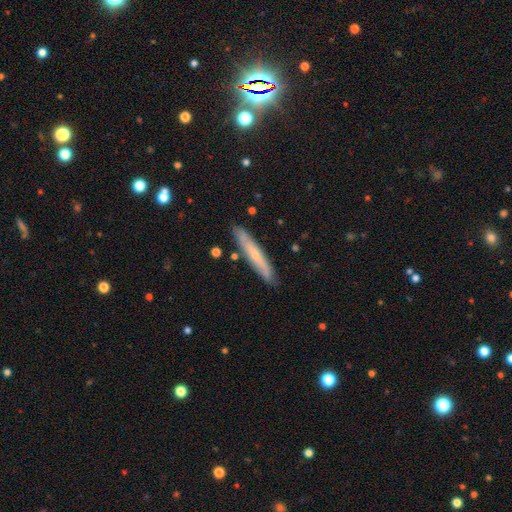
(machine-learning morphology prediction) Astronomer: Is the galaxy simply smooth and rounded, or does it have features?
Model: smooth — 54% (runner-up: featured or disk, 40%).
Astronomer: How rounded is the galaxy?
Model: cigar-shaped — 93%.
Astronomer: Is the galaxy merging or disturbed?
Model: none — 85%.